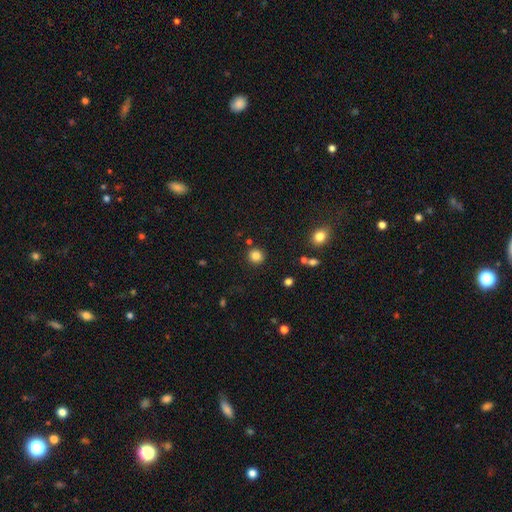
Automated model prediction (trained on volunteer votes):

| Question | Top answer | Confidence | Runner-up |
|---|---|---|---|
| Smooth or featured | smooth | 84% | star or artifact (11%) |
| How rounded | round | 92% | in between (7%) |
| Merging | none | 88% | minor disturbance (6%) |